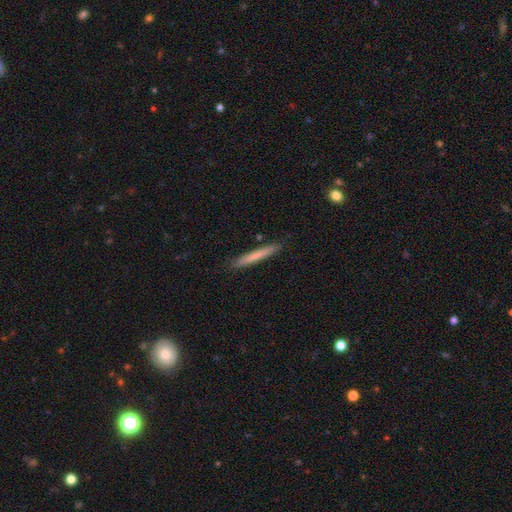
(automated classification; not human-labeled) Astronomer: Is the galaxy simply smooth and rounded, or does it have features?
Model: smooth — 71%.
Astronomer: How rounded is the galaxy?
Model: cigar-shaped — 97%.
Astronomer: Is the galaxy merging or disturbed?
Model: none — 90%.